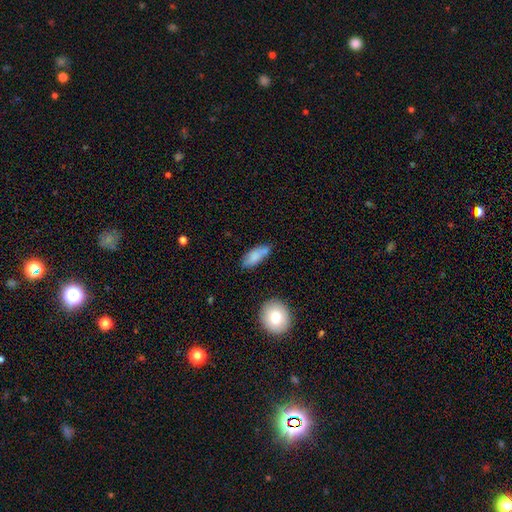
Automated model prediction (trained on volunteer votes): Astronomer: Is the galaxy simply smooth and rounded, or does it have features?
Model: smooth — 79%.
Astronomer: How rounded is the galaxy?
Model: in between — 73%.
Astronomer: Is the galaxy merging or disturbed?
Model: none — 59%.